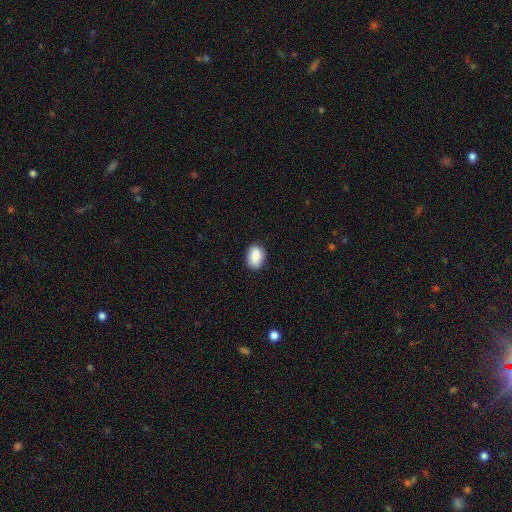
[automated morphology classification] Overall: smooth (86%). How rounded: in between (78%). Merging: none (84%).